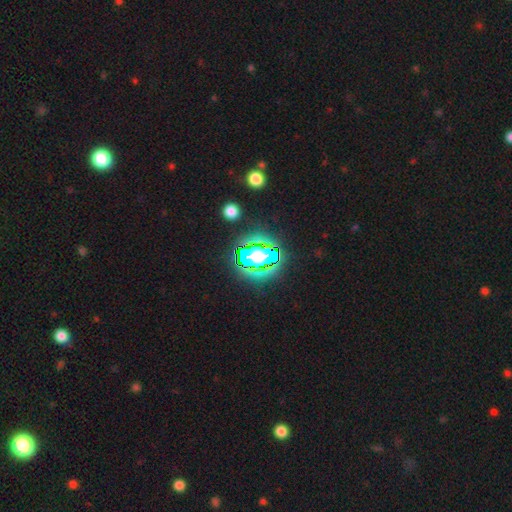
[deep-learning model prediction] The model was most divided on "smooth or featured": star or artifact: 58%, smooth: 27%, featured or disk: 15%.